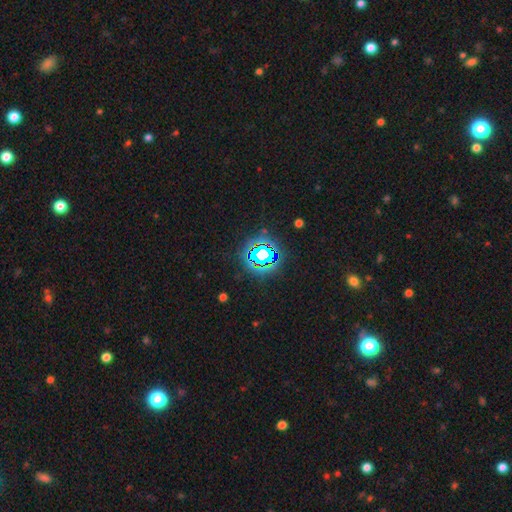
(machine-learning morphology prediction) star or artifact 81%, smooth 12%, featured or disk 7%.